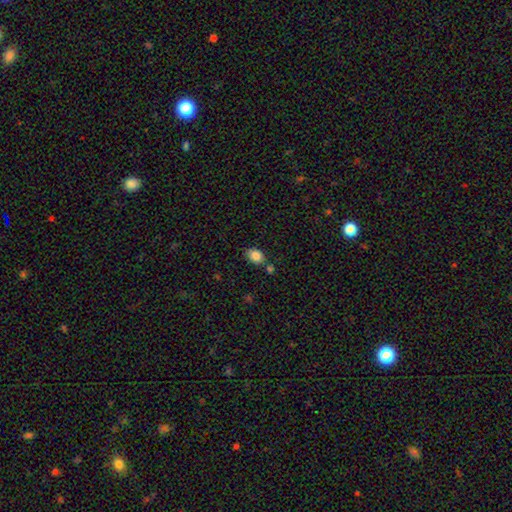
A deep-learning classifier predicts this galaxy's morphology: Smooth or featured: smooth — 86% (star or artifact — 9%)
How rounded: in between — 74% (round — 25%)
Merging: none — 71% (minor disturbance — 14%)